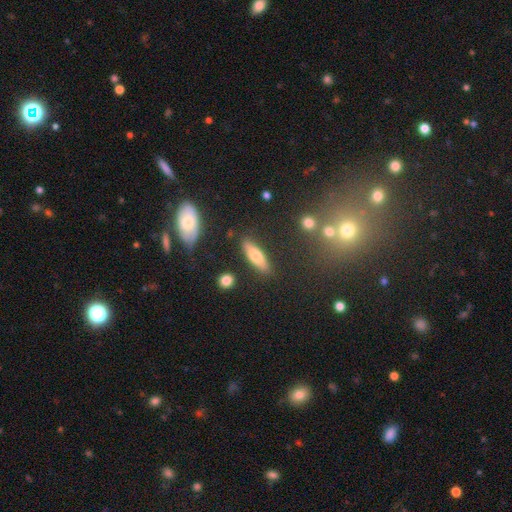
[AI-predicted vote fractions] A smooth galaxy with no disk features (67%) that is cigar-shaped (57%).

Vote fractions:
- Smooth or featured? smooth: 67% / featured or disk: 26% / star or artifact: 7%
- How rounded? cigar-shaped: 57% / in between: 40% / round: 3%
- Merging? none: 83% / minor disturbance: 11% / merger: 3% / major disturbance: 3%